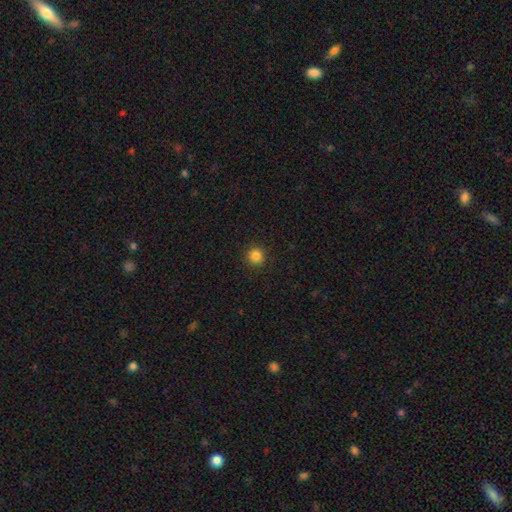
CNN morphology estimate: A smooth galaxy with no disk features (84%) that is round (95%).

Vote fractions:
- Smooth or featured? smooth: 84% / star or artifact: 12% / featured or disk: 4%
- How rounded? round: 95% / in between: 4% / cigar-shaped: 1%
- Merging? none: 92% / minor disturbance: 5% / major disturbance: 2% / merger: 1%